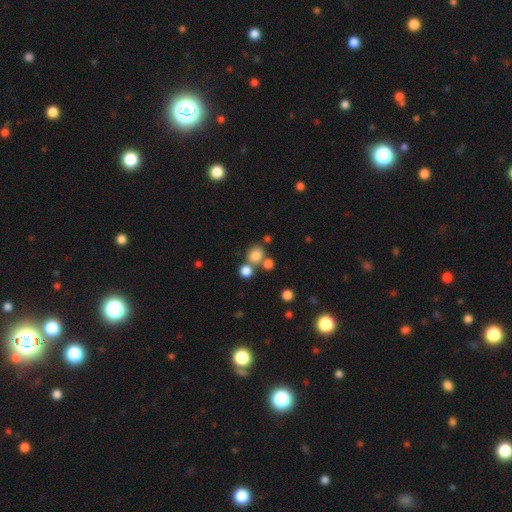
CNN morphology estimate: Q: Smooth or featured?
A: smooth (80%); runner-up: star or artifact (14%)
Q: How rounded?
A: round (66%); runner-up: in between (33%)
Q: Merging?
A: none (58%); runner-up: merger (28%)